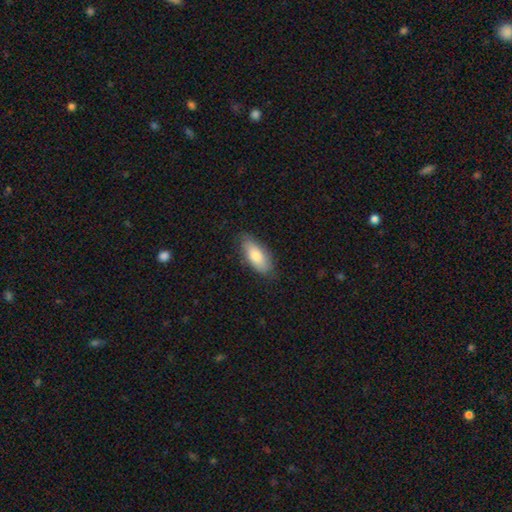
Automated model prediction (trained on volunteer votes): Smooth or featured: smooth — 78% (featured or disk — 16%)
How rounded: in between — 83% (cigar-shaped — 14%)
Merging: none — 79% (minor disturbance — 17%)